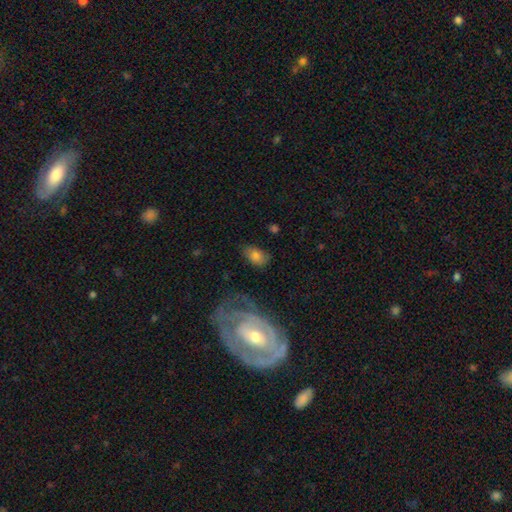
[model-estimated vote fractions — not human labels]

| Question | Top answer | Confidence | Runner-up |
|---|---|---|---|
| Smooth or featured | smooth | 73% | featured or disk (18%) |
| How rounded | in between | 86% | round (13%) |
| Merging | none | 70% | minor disturbance (19%) |